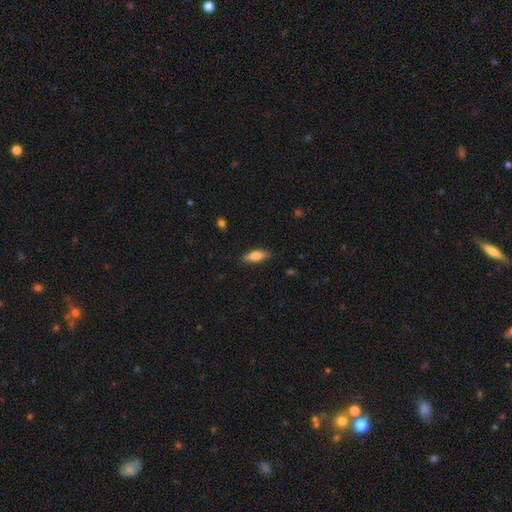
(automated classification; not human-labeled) smooth 69%, featured or disk 24%, star or artifact 6%. Down the decision tree: how rounded — in between (63%); merging — none (84%).